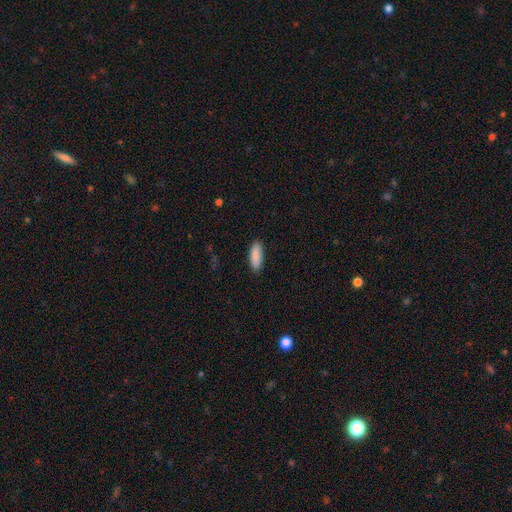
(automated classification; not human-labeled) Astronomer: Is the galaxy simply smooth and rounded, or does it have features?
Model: smooth — 89%.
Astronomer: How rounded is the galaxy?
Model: in between — 66%.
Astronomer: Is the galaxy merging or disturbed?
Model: none — 89%.